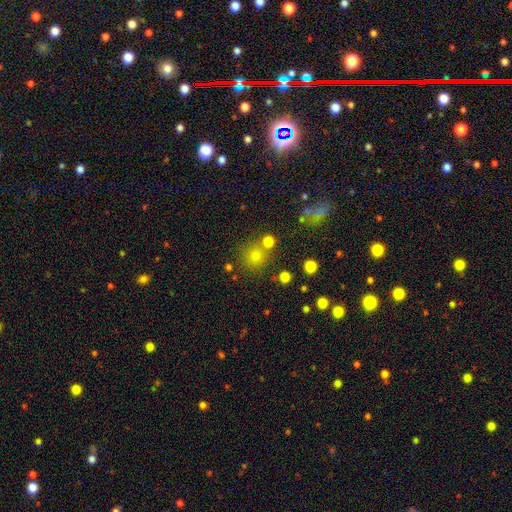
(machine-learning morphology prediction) This is likely a smooth galaxy (69%). How rounded: clearly round (90%). Merging: likely none (73%).